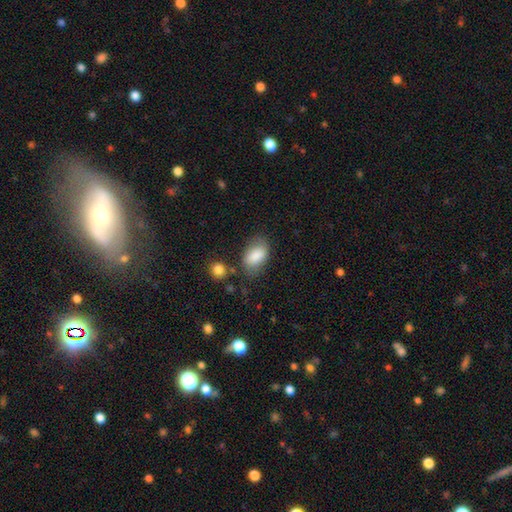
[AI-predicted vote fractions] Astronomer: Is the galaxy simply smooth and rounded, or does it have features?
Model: smooth — 85%.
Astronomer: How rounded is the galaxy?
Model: in between — 91%.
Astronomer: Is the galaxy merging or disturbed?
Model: none — 67%.